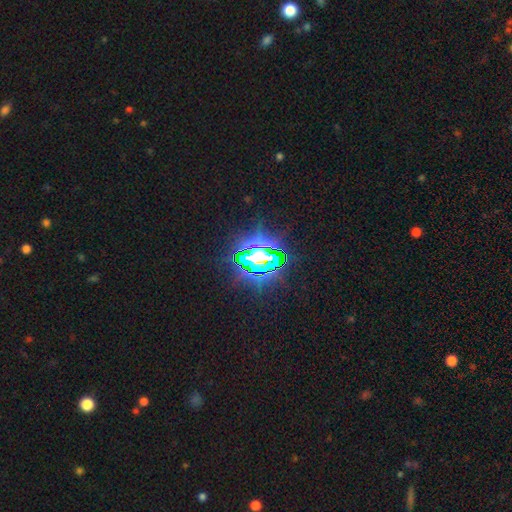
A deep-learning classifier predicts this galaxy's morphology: This is likely a star or artifact rather than a galaxy (78%).